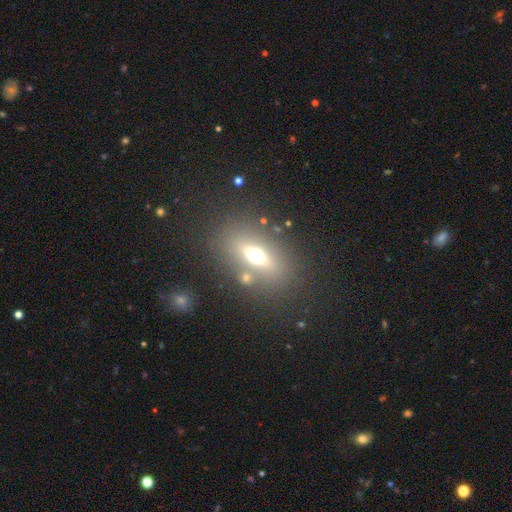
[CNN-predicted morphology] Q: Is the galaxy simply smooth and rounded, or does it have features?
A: smooth — 45%.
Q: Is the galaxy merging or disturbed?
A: none — 75%.